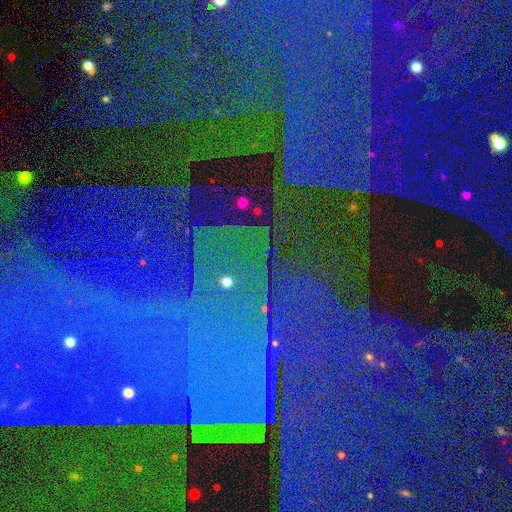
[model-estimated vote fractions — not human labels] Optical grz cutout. It shows a star or artifact, not a galaxy (86%).